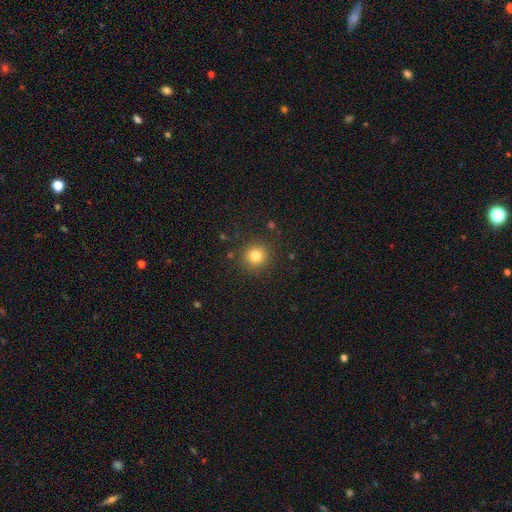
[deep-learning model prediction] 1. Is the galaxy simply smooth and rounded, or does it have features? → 80% smooth, 13% star or artifact, 7% featured or disk.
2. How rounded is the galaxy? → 91% round, 8% in between, 1% cigar-shaped.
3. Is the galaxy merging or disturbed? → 88% none, 8% minor disturbance, 3% major disturbance, 2% merger.